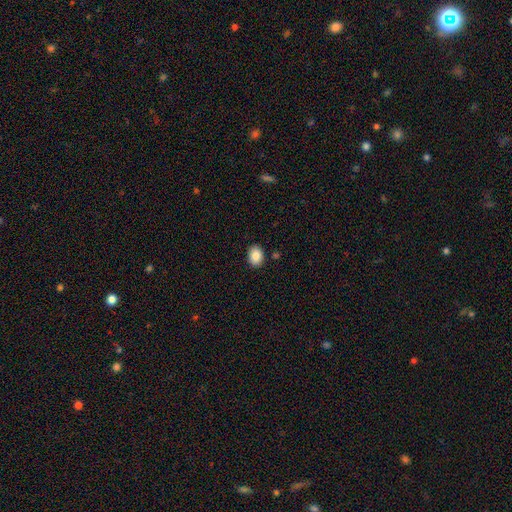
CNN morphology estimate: smooth-or-featured: smooth: 87% | star or artifact: 8% | featured or disk: 6%
  how-rounded: in between: 74% | round: 25% | cigar-shaped: 1%
  merging: none: 88% | minor disturbance: 8% | major disturbance: 2% | merger: 2%